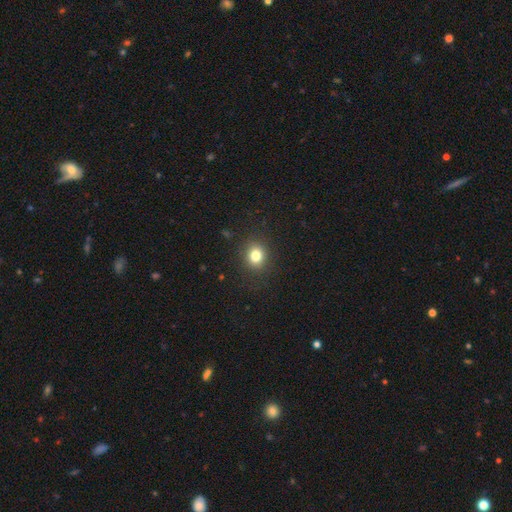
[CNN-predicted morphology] Q: Smooth or featured?
A: smooth (81%); runner-up: star or artifact (13%)
Q: How rounded?
A: round (74%); runner-up: in between (25%)
Q: Merging?
A: none (88%); runner-up: minor disturbance (8%)